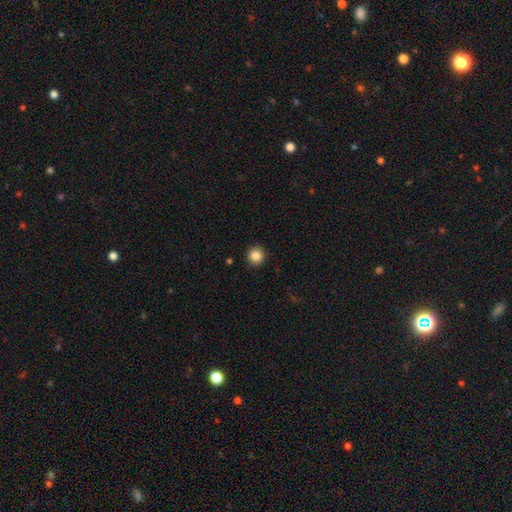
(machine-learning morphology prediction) smooth-or-featured: smooth: 86% | star or artifact: 10% | featured or disk: 4%
  how-rounded: round: 94% | in between: 5% | cigar-shaped: 1%
  merging: none: 92% | minor disturbance: 5% | major disturbance: 2% | merger: 1%